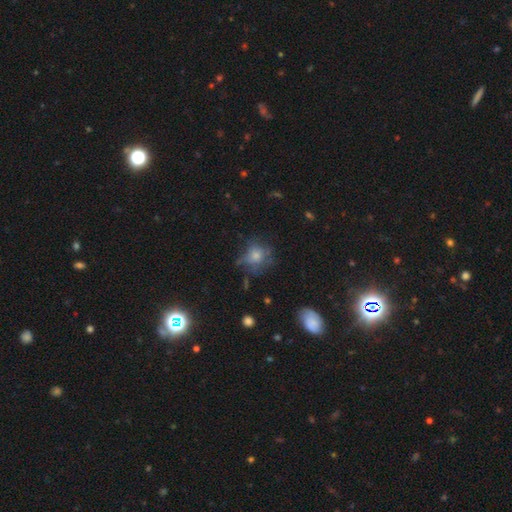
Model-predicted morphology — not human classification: Smooth or featured? Predicted: smooth (p=0.62). How rounded? Predicted: round (p=0.77). Merging? Predicted: none (p=0.52).